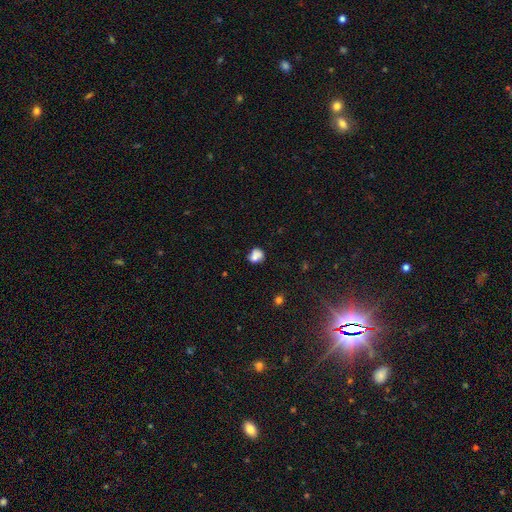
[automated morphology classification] Smooth or featured: smooth — 77% (featured or disk — 12%)
How rounded: round — 62% (in between — 36%)
Merging: none — 48% (minor disturbance — 22%)